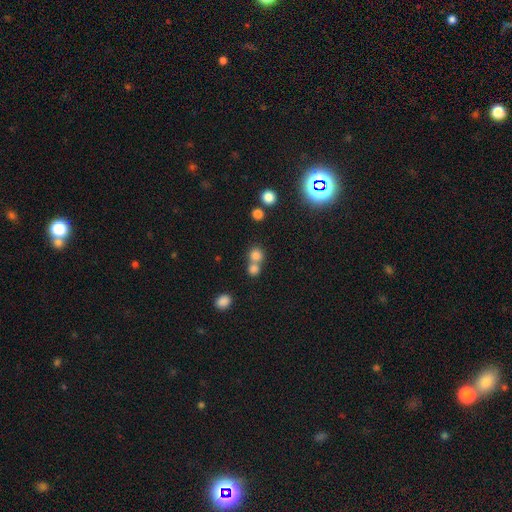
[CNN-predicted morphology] Q: Smooth or featured?
A: smooth (77%); runner-up: star or artifact (14%)
Q: How rounded?
A: round (86%); runner-up: in between (13%)
Q: Merging?
A: merger (46%); runner-up: none (45%)